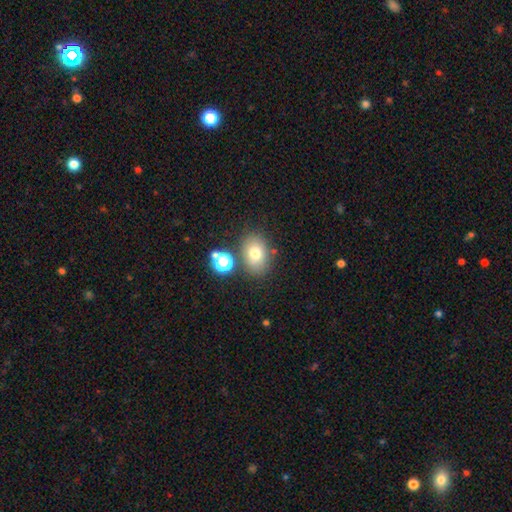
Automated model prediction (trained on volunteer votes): Overall: smooth (71%). How rounded: in between (61%; round 38%). Merging: none (76%).